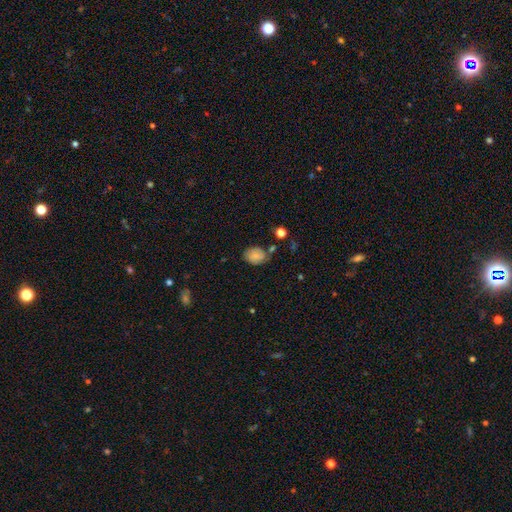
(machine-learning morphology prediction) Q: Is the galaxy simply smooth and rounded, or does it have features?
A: smooth — 69%.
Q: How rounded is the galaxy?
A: in between — 67%.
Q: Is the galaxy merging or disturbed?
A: none — 62%.